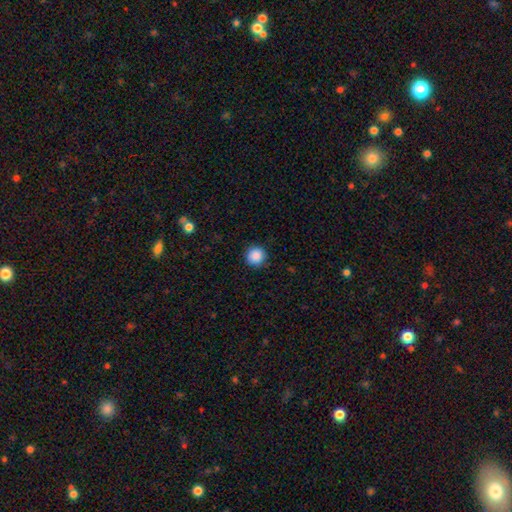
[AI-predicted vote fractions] Smooth or featured: smooth — 88% (star or artifact — 9%)
How rounded: round — 95% (in between — 4%)
Merging: none — 90% (minor disturbance — 7%)